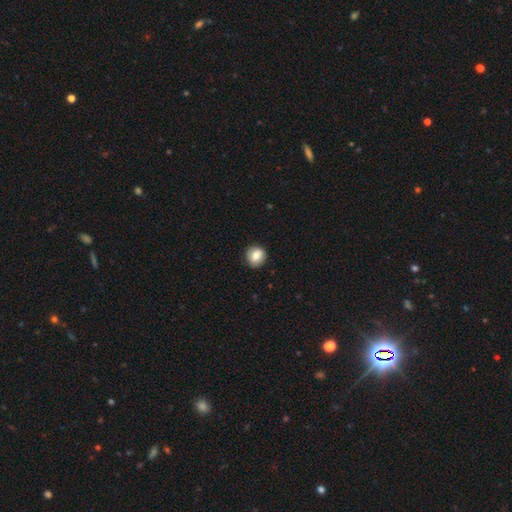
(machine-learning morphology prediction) Smooth or featured? Predicted: smooth (p=0.80). How rounded? Predicted: round (p=0.89). Merging? Predicted: none (p=0.86).